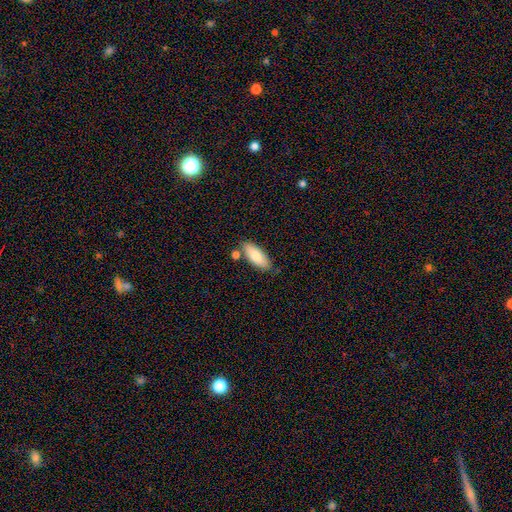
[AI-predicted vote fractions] The model was most divided on "merging": none: 74%, minor disturbance: 14%, merger: 9%, major disturbance: 3%. More confident: smooth or featured — smooth (82%); how rounded — in between (79%).